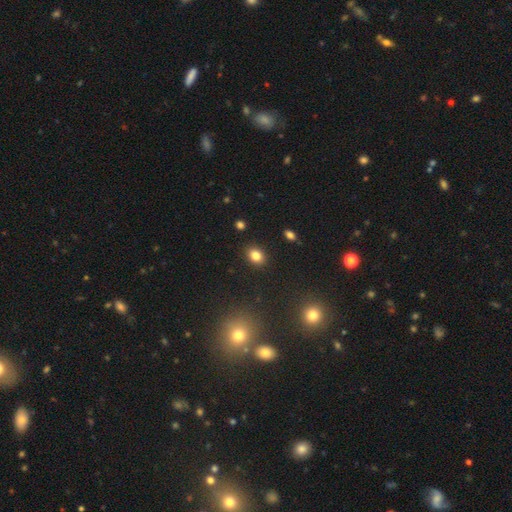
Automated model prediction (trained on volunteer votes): Smooth or featured? smooth (83%)
How rounded? in between (64%)
Merging? none (88%)